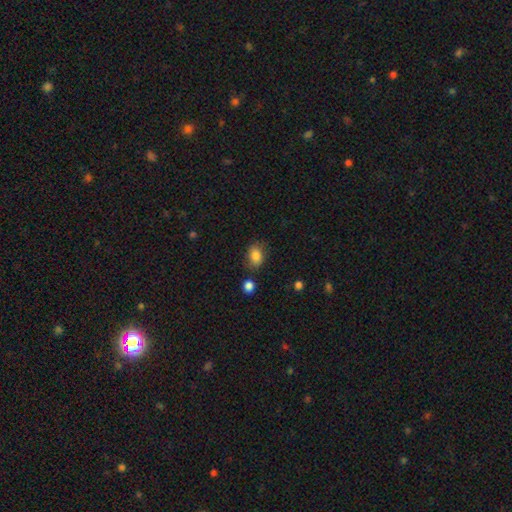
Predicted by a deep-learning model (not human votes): smooth-or-featured: smooth: 84% | star or artifact: 9% | featured or disk: 7%
  how-rounded: in between: 69% | round: 29% | cigar-shaped: 1%
  merging: none: 73% | minor disturbance: 18% | major disturbance: 5% | merger: 4%